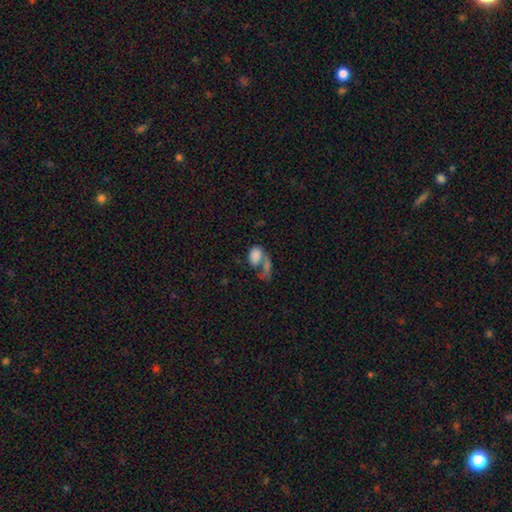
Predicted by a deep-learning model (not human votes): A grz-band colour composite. It shows a smooth galaxy with no disk features (77%) that is in between round and cigar-shaped (83%). Merging: merger (51%).